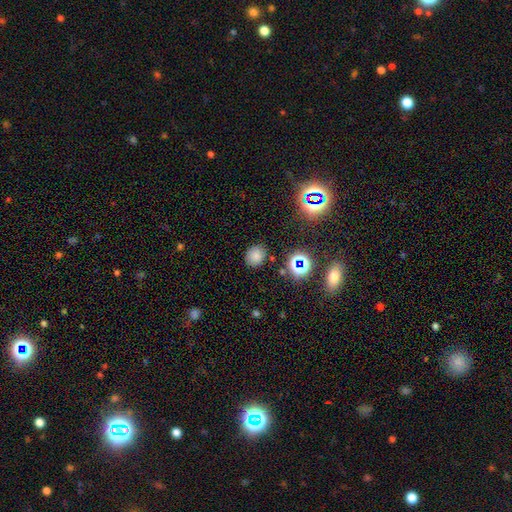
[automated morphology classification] type=smooth (74%); roundness=round (62%); merging=none (83%).